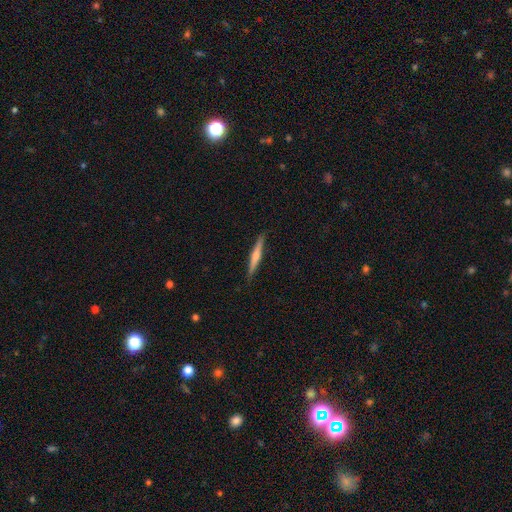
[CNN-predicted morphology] The model was most divided on "smooth or featured": featured or disk: 58%, smooth: 37%, star or artifact: 5%. More confident: edge-on disk — yes (97%); merging — none (90%); edge-on bulge — rounded (72%).